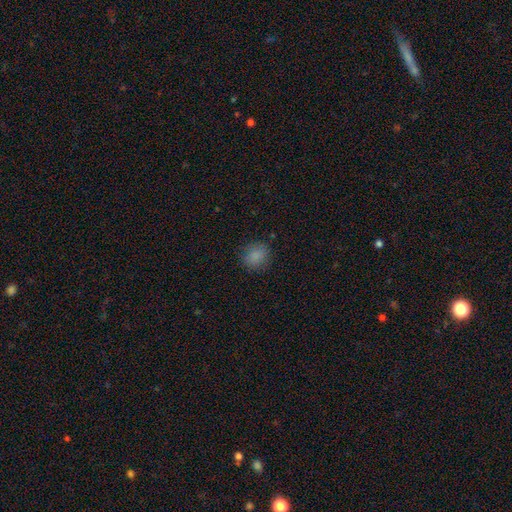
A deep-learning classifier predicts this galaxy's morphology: Smooth or featured? smooth (85%)
How rounded? round (82%)
Merging? none (86%)